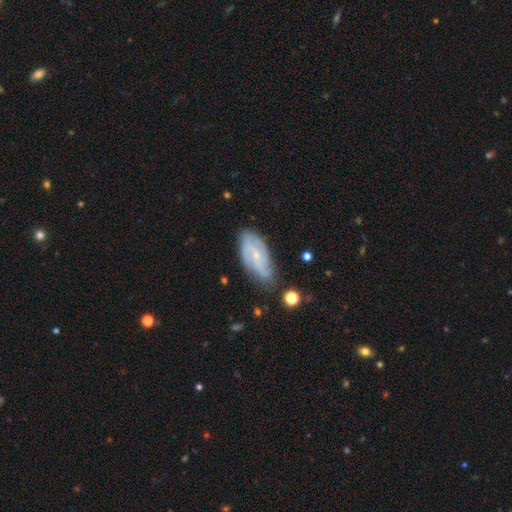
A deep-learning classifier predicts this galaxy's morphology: type=featured or disk (73%); edge-on=no (92%); bar=no (49%); spiral arms=yes (90%); winding=medium (41%); arm count=2 (45%); bulge=small (75%); merging=none (67%).